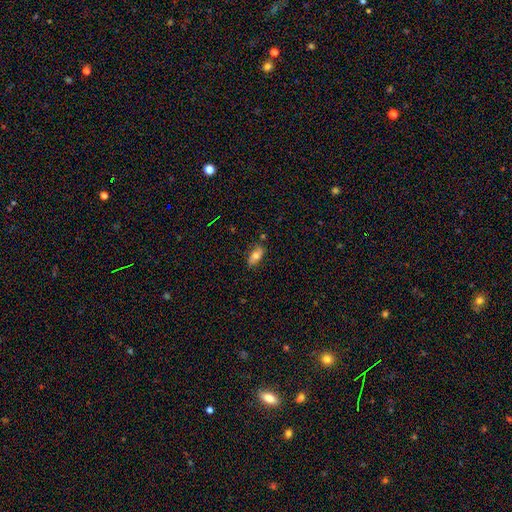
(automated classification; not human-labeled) This appears to be a smooth galaxy with no disk features (68%) that is in between round and cigar-shaped (85%). Merging: none (77%).